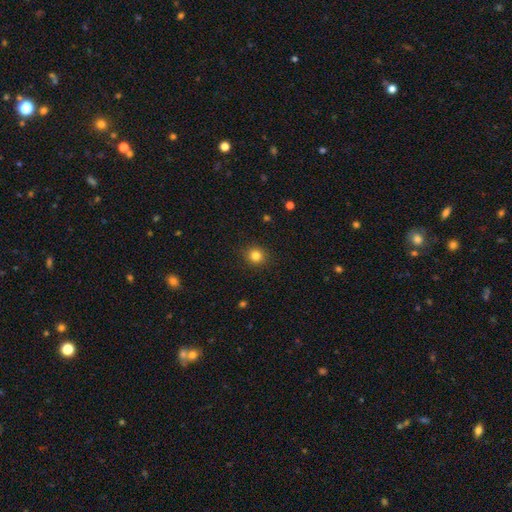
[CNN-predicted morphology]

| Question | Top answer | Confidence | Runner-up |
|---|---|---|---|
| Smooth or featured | smooth | 83% | star or artifact (12%) |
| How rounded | round | 87% | in between (12%) |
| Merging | none | 91% | minor disturbance (6%) |